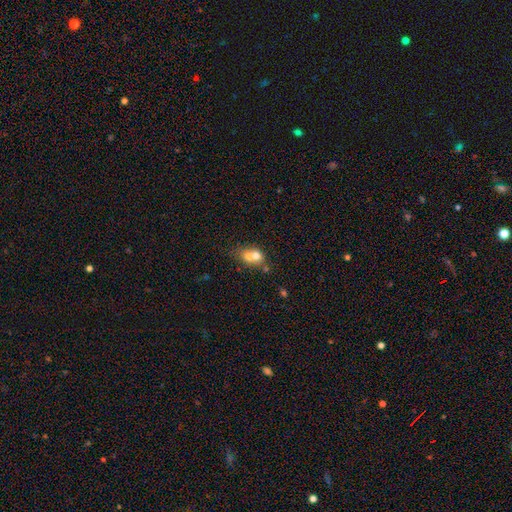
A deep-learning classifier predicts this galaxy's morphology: type=smooth (65%); roundness=in between (52%); merging=merger (66%).